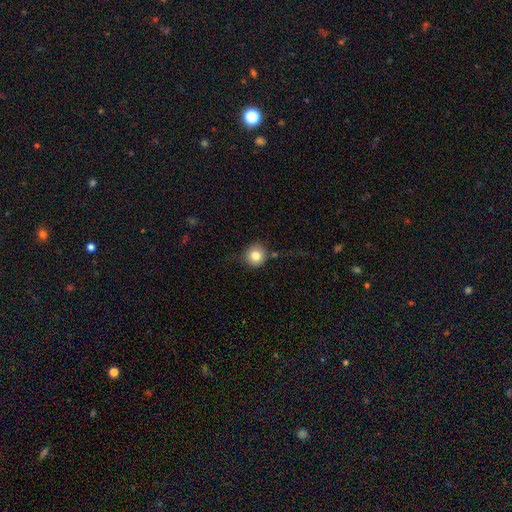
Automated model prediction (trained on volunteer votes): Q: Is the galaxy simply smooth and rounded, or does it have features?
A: smooth — 81%.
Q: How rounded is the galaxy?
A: round — 93%.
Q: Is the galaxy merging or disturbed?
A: none — 74%.